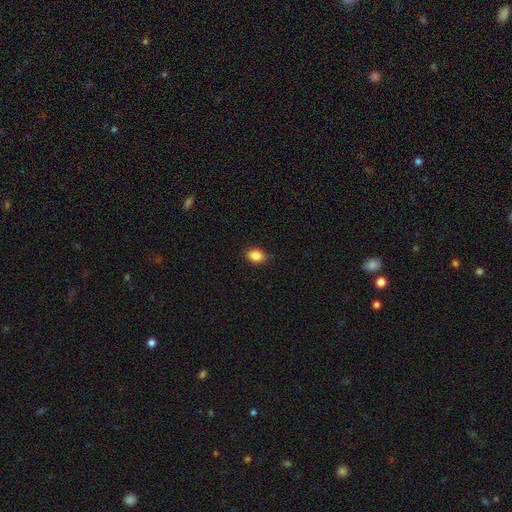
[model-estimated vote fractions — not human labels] A smooth galaxy with no disk features (86%) that is in between round and cigar-shaped (71%).

Vote fractions:
- Smooth or featured? smooth: 86% / star or artifact: 9% / featured or disk: 5%
- How rounded? in between: 71% / round: 27% / cigar-shaped: 1%
- Merging? none: 83% / minor disturbance: 14% / major disturbance: 2% / merger: 1%